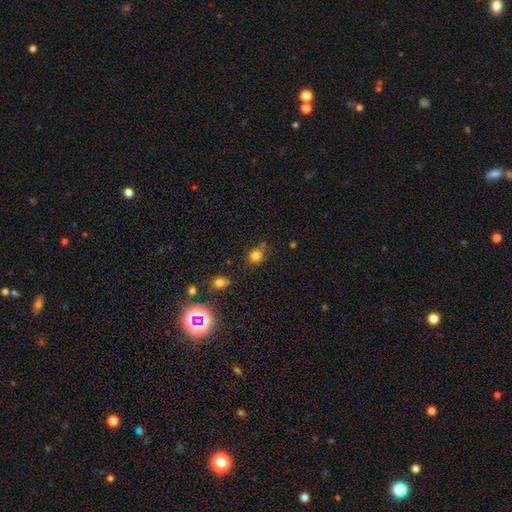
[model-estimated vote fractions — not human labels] Smooth or featured?
  - smooth: 79% *
  - star or artifact: 15%
  - featured or disk: 6%
How rounded?
  - round: 66% *
  - in between: 33%
  - cigar-shaped: 1%
Merging?
  - none: 69% *
  - minor disturbance: 22%
  - major disturbance: 6%
  - merger: 4%